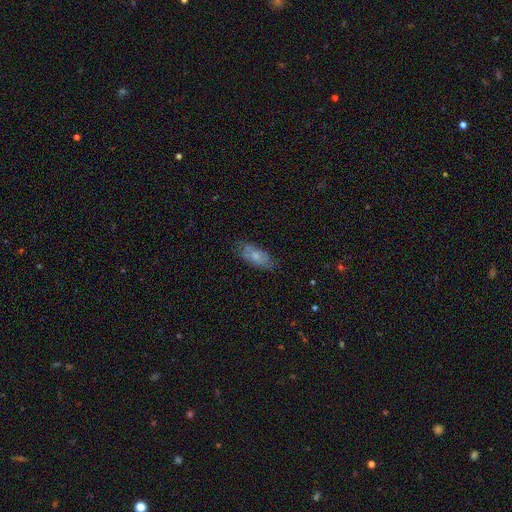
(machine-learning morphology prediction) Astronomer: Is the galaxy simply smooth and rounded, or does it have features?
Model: smooth — 63%.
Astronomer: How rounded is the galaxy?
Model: in between — 82%.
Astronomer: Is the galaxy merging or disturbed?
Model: none — 69%.